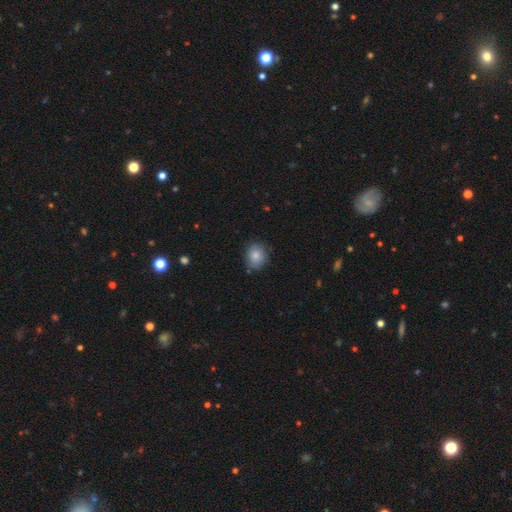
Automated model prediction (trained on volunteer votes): smooth_or_featured: smooth (p=0.82) [alt: featured or disk p=0.09]
how_rounded: round (p=0.70) [alt: in between p=0.30]
merging: none (p=0.76) [alt: minor disturbance p=0.19]